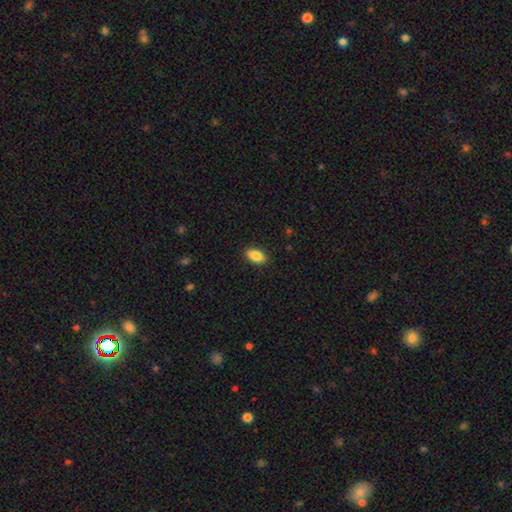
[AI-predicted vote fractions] The model was most divided on "smooth or featured": smooth: 87%, star or artifact: 7%, featured or disk: 6%. More confident: how rounded — in between (91%); merging — none (89%).